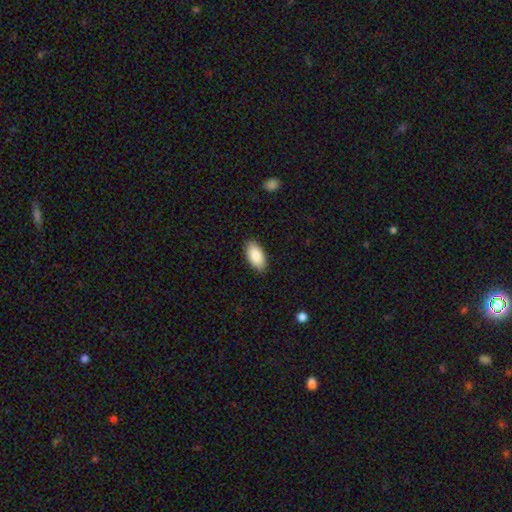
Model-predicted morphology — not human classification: smooth_or_featured: smooth (p=0.88) [alt: star or artifact p=0.06]
how_rounded: in between (p=0.95) [alt: cigar-shaped p=0.03]
merging: none (p=0.88) [alt: minor disturbance p=0.09]